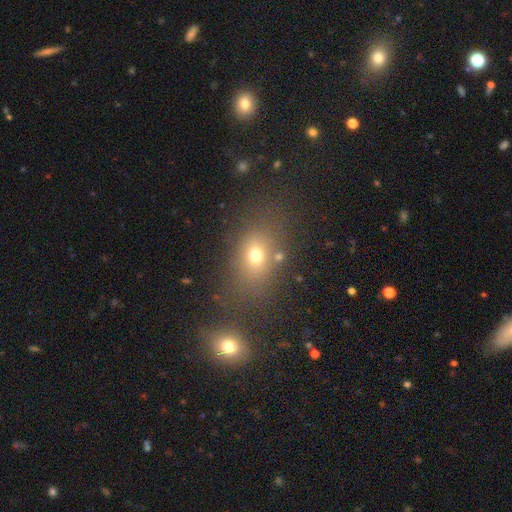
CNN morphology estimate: smooth_or_featured: smooth (p=0.67) [alt: star or artifact p=0.18]
how_rounded: in between (p=0.67) [alt: round p=0.31]
merging: none (p=0.69) [alt: minor disturbance p=0.13]